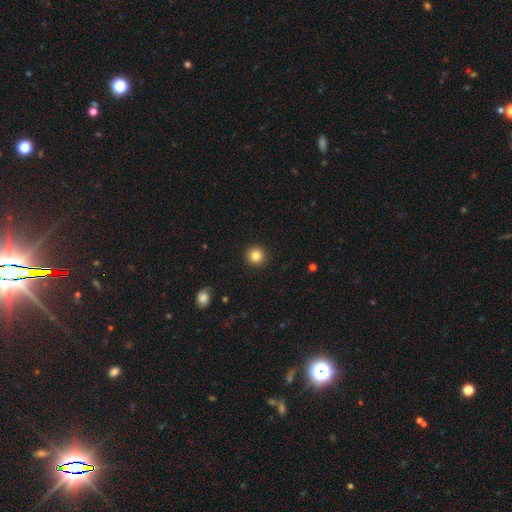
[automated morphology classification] Overall: smooth (84%). How rounded: round (95%). Merging: none (93%).